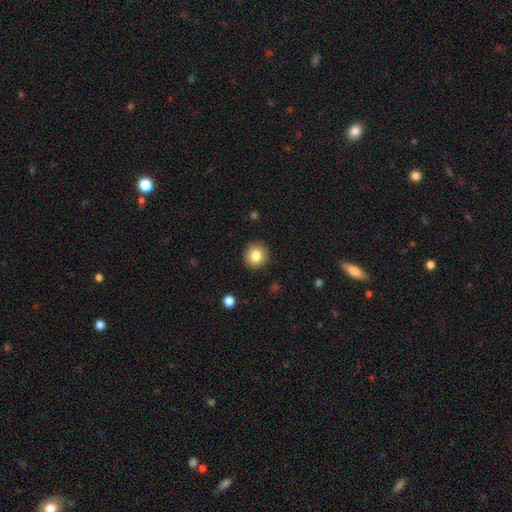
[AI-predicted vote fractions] smooth-or-featured: smooth: 82% | star or artifact: 10% | featured or disk: 8%
  how-rounded: round: 91% | in between: 8% | cigar-shaped: 1%
  merging: none: 90% | minor disturbance: 7% | major disturbance: 2% | merger: 1%